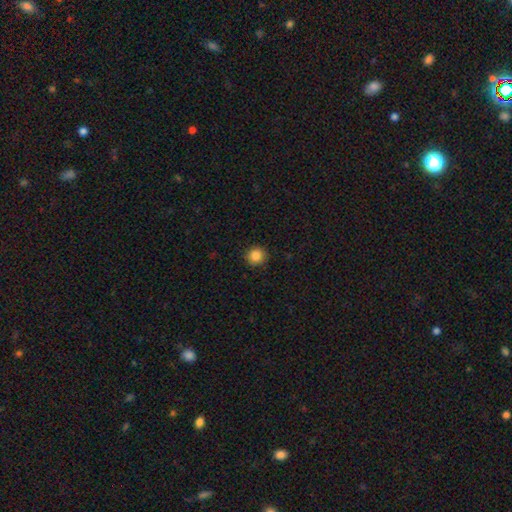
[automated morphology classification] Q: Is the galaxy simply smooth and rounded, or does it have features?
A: smooth — 86%.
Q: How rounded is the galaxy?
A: round — 94%.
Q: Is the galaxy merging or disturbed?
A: none — 90%.